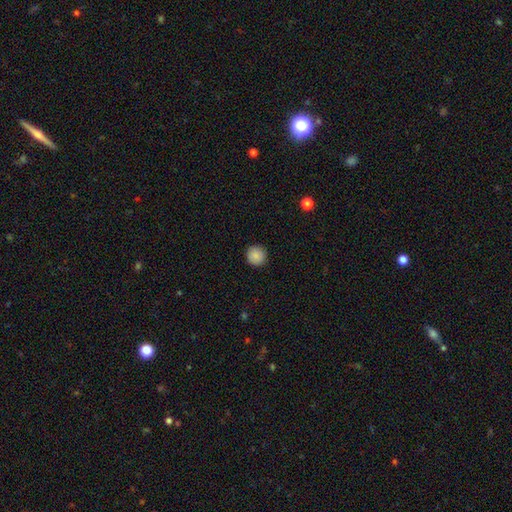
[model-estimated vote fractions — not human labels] Overall: smooth (88%). How rounded: round (95%). Merging: none (92%).